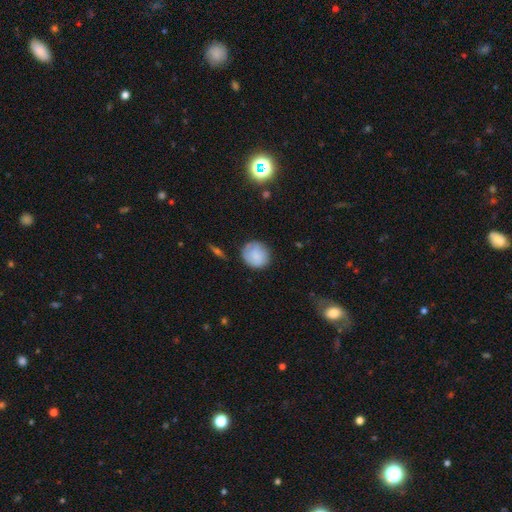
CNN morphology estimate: type=smooth (74%); roundness=round (84%); merging=none (78%).